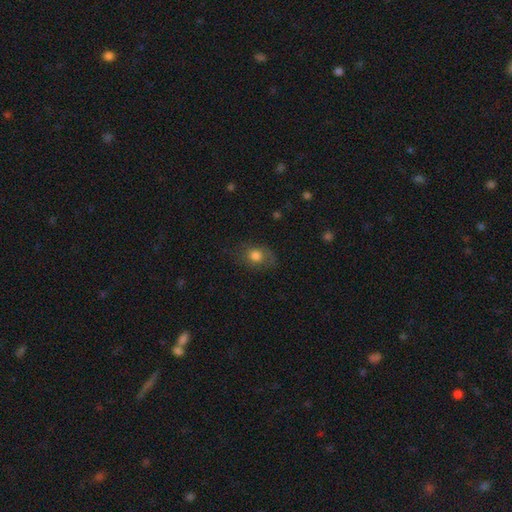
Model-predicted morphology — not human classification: type=smooth (74%); roundness=in between (56%); merging=none (67%).